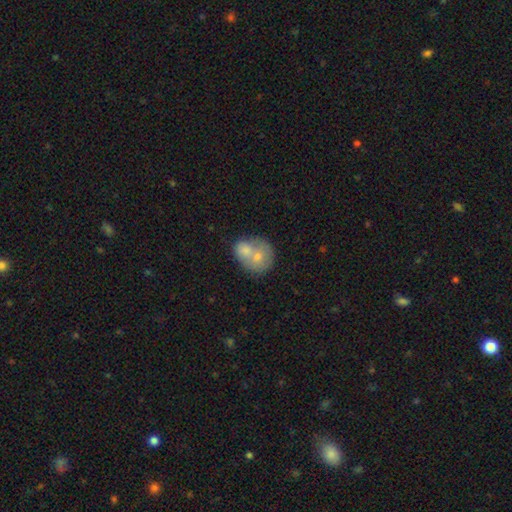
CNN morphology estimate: Overall: smooth (68%). How rounded: round (65%; in between 34%). Merging: merger (68%).